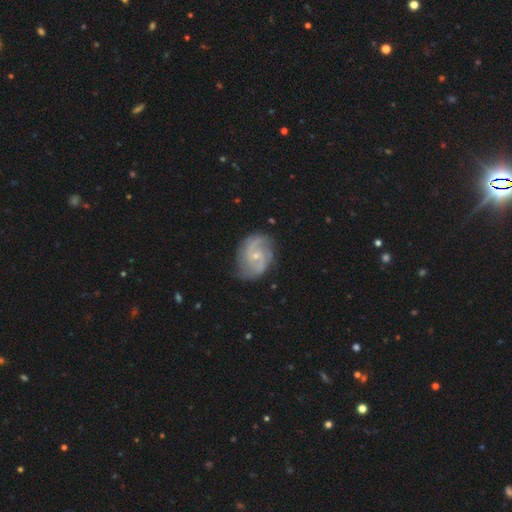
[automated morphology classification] Smooth or featured?
  - featured or disk: 85% *
  - smooth: 10%
  - star or artifact: 5%
Edge-on disk?
  - no: 98% *
  - yes: 2%
Bar?
  - no: 50% *
  - weak: 43%
  - strong: 7%
Spiral arms?
  - yes: 96% *
  - no: 4%
Spiral winding?
  - medium: 52% *
  - tight: 28%
  - loose: 19%
Spiral arm count?
  - 2: 76% *
  - can't tell: 10%
  - 3: 7%
  - 1: 3%
  - 4: 2%
  - more than 4: 2%
Bulge size?
  - small: 70% *
  - moderate: 26%
  - none: 3%
  - large: 1%
  - dominant: 1%
Merging?
  - none: 74% *
  - minor disturbance: 19%
  - major disturbance: 6%
  - merger: 1%